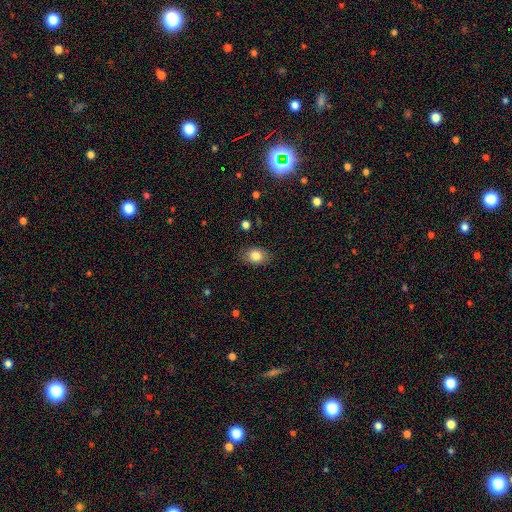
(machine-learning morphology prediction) A smooth galaxy with no disk features (82%) that is in between round and cigar-shaped (71%). Merging: none (83%).